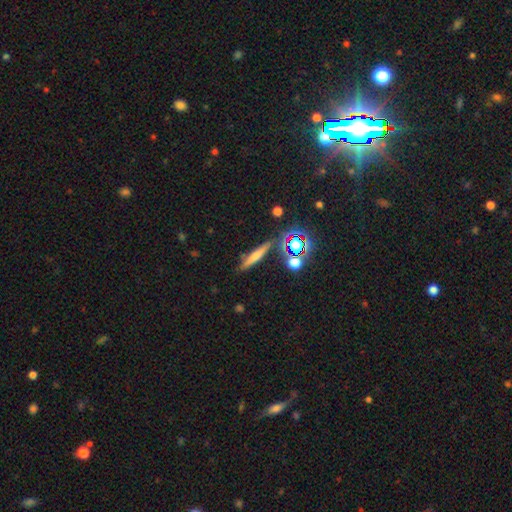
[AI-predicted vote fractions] A smooth galaxy with no disk features (57%) that is cigar-shaped (84%).

Vote fractions:
- Smooth or featured? smooth: 57% / featured or disk: 27% / star or artifact: 17%
- How rounded? cigar-shaped: 84% / in between: 10% / round: 6%
- Merging? none: 78% / minor disturbance: 12% / merger: 6% / major disturbance: 4%